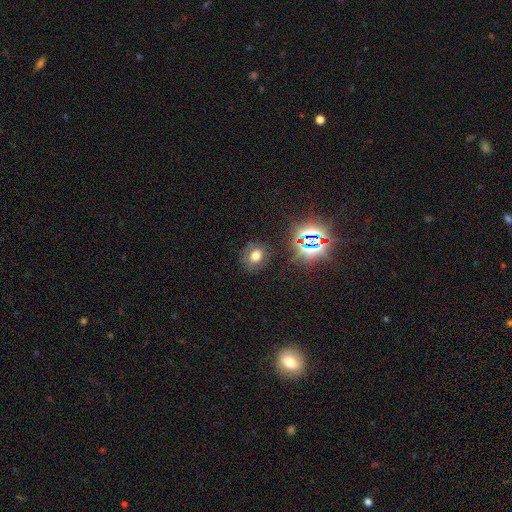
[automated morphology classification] smooth-or-featured: smooth: 61% | star or artifact: 26% | featured or disk: 14%
  how-rounded: round: 51% | in between: 48% | cigar-shaped: 1%
  merging: none: 80% | minor disturbance: 12% | major disturbance: 5% | merger: 2%